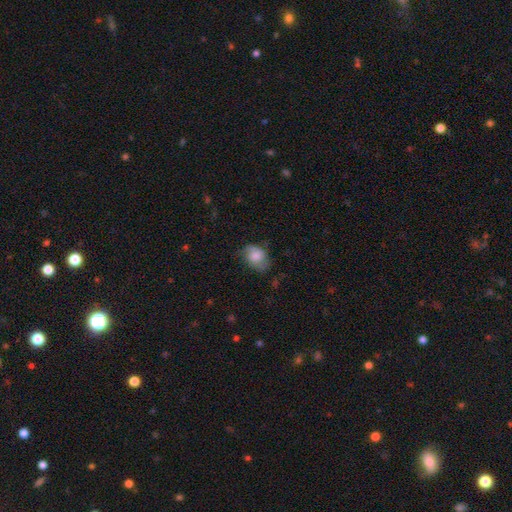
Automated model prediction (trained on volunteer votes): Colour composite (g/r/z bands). It shows a smooth galaxy with no disk features (71%) that is in between round and cigar-shaped (69%). Merging: none (61%).